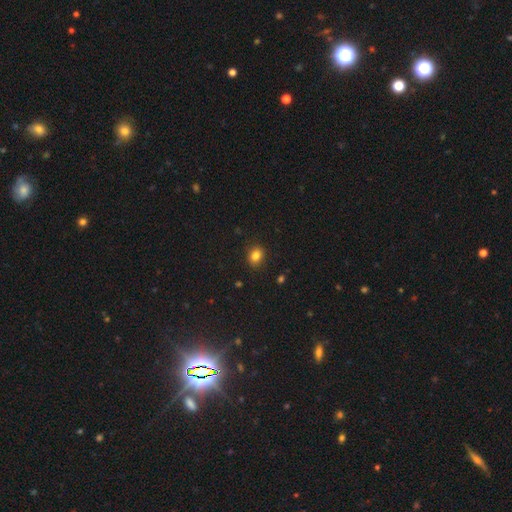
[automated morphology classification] The model was most divided on "how rounded": round: 57%, in between: 42%, cigar-shaped: 1%. More confident: merging — none (88%); smooth or featured — smooth (83%).